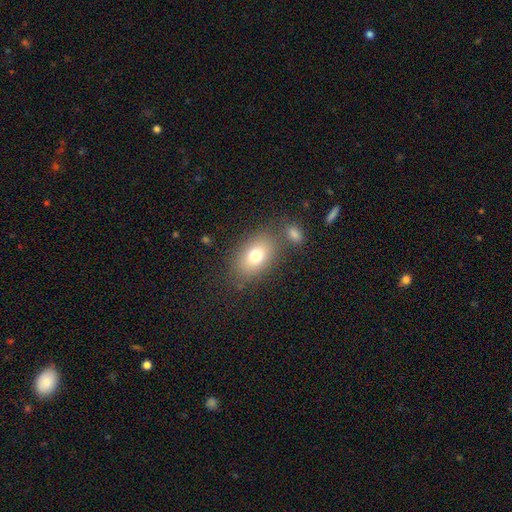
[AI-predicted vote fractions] smooth-or-featured: smooth: 75% | featured or disk: 15% | star or artifact: 11%
  how-rounded: in between: 81% | round: 17% | cigar-shaped: 2%
  merging: none: 73% | minor disturbance: 12% | merger: 11% | major disturbance: 5%